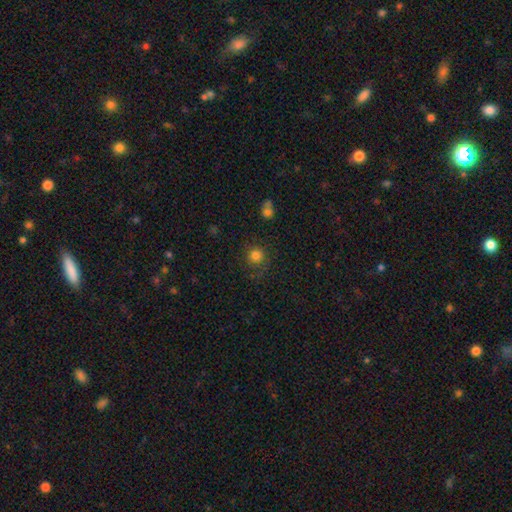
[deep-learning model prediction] Overall: smooth (80%). How rounded: round (92%). Merging: none (76%).